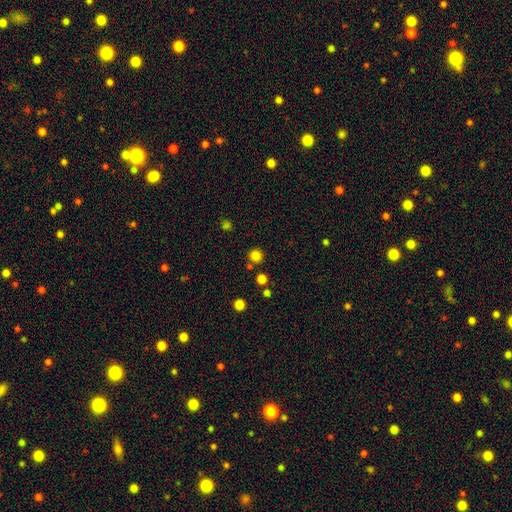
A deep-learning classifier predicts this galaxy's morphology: smooth 81%, star or artifact 15%, featured or disk 4%. Down the decision tree: how rounded — round (94%); merging — none (83%).